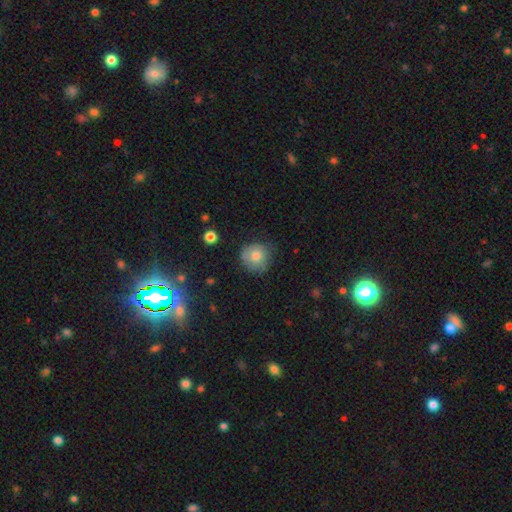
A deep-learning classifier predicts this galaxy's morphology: Overall: smooth (73%). How rounded: round (87%). Merging: none (64%; minor disturbance 27%).